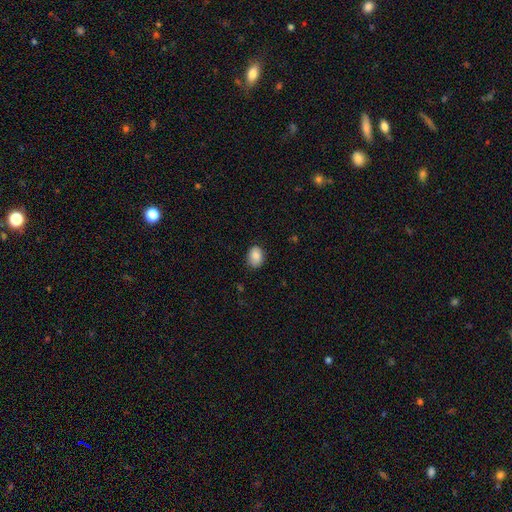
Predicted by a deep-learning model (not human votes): smooth-or-featured: smooth: 87% | star or artifact: 8% | featured or disk: 5%
  how-rounded: in between: 71% | round: 28% | cigar-shaped: 1%
  merging: none: 81% | minor disturbance: 15% | major disturbance: 3% | merger: 1%